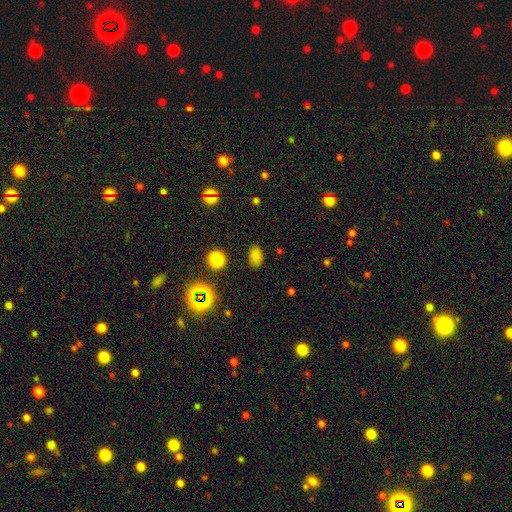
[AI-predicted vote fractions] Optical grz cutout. It shows a smooth galaxy with no disk features (74%) that is in between round and cigar-shaped (87%). Merging: none (82%).